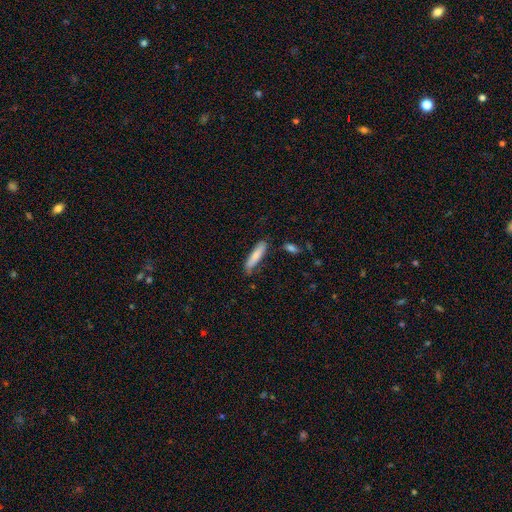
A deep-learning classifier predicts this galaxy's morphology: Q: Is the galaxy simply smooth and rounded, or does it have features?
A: smooth — 80%.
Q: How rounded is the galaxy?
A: cigar-shaped — 80%.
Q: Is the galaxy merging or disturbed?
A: none — 77%.